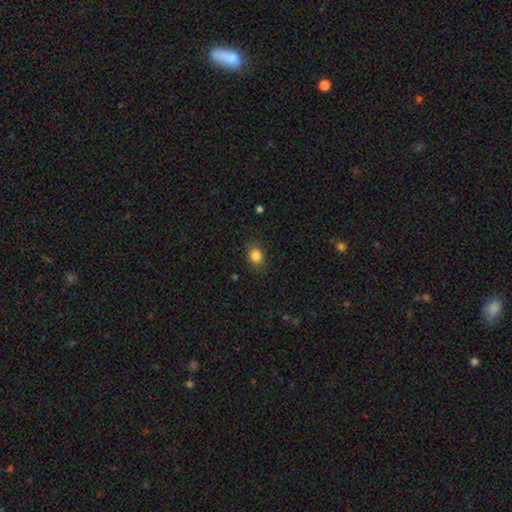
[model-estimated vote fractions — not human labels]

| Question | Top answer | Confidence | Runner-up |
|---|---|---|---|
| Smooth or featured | smooth | 85% | star or artifact (10%) |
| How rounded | in between | 59% | round (40%) |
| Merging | none | 84% | minor disturbance (12%) |